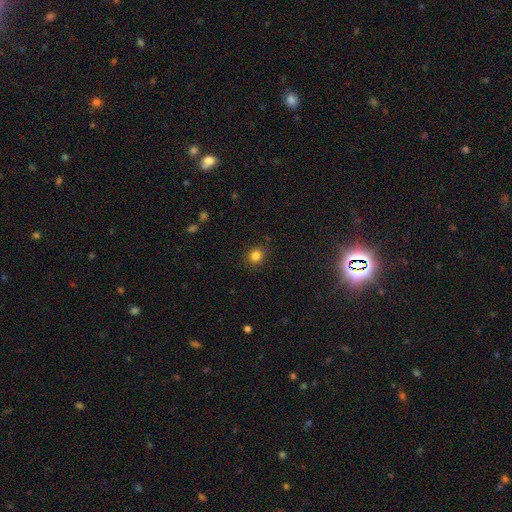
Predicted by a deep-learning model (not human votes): Smooth or featured? Predicted: smooth (p=0.82). How rounded? Predicted: round (p=0.82). Merging? Predicted: none (p=0.87).